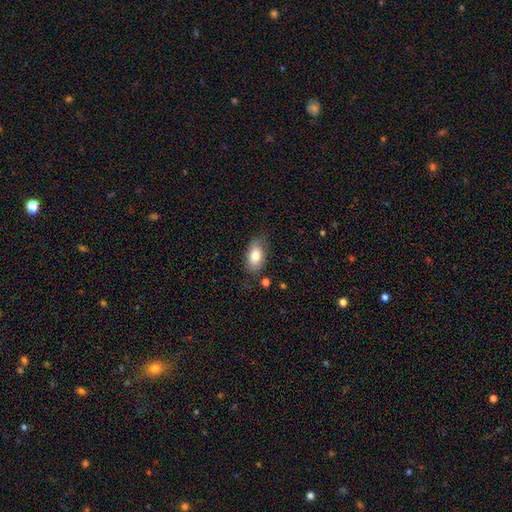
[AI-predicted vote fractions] Morphology: type=smooth (79%); roundness=in between (91%); merging=none (76%).